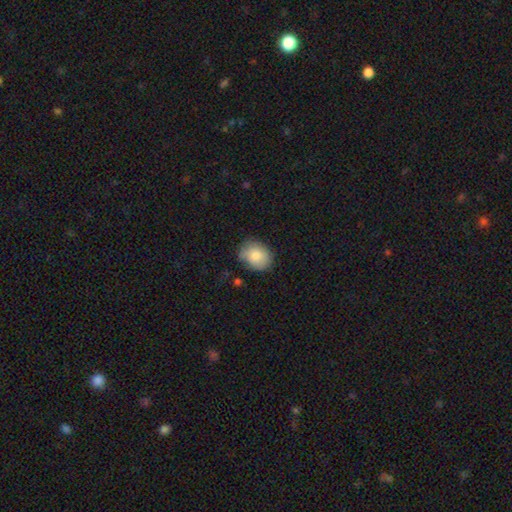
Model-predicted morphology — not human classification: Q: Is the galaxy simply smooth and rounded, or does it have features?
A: smooth — 81%.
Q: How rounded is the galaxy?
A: in between — 52%.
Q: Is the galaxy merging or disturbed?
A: none — 70%.